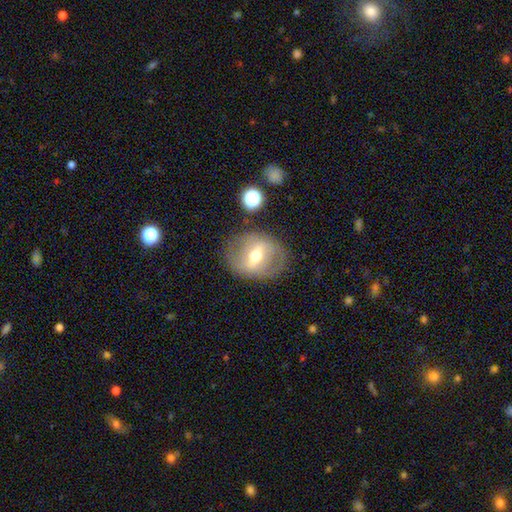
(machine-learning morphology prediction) Smooth or featured? featured or disk (60%)
Edge-on disk? no (87%)
Bar? strong (51%)
Spiral arms? no (69%)
Bulge size? moderate (72%)
Merging? none (77%)